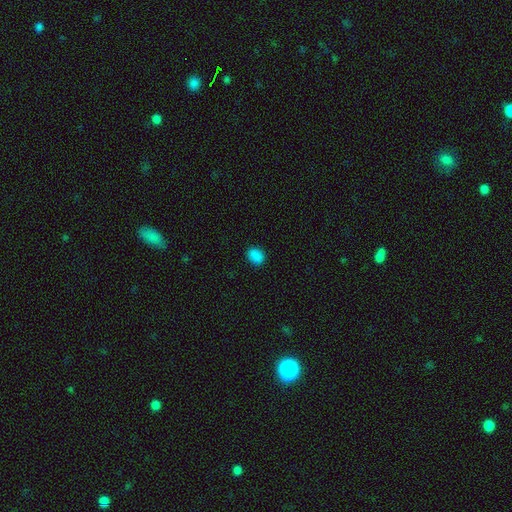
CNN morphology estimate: Overall: smooth (86%). How rounded: in between (64%; round 35%). Merging: none (88%).